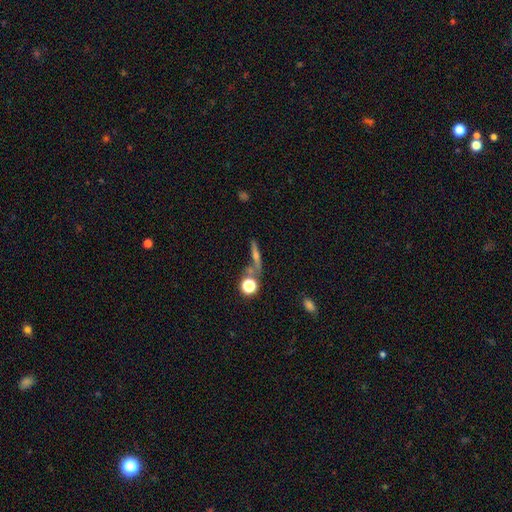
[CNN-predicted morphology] The model was most divided on "smooth or featured": featured or disk: 46%, smooth: 34%, star or artifact: 21%. More confident: merging — none (60%).